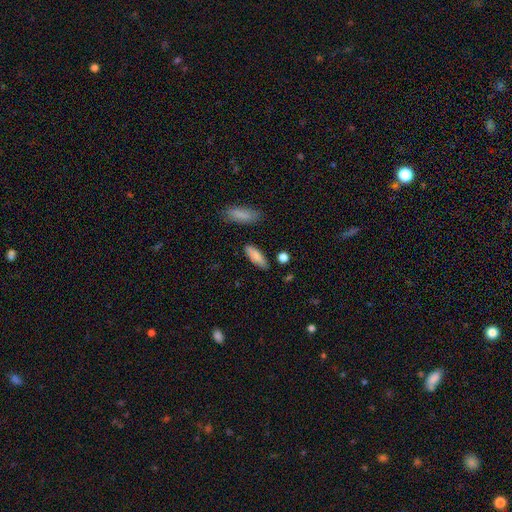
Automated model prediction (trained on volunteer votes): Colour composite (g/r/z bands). It shows a smooth galaxy with no disk features (82%) that is in between round and cigar-shaped (63%). Merging: none (81%).